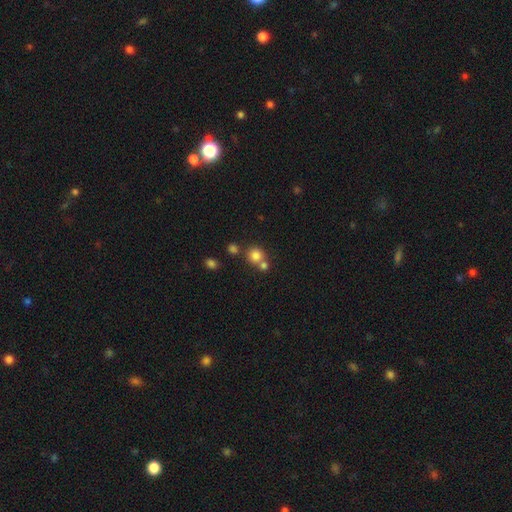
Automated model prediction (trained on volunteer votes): This is likely a smooth galaxy (80%). How rounded: clearly round (89%). Merging: possibly none (57%).